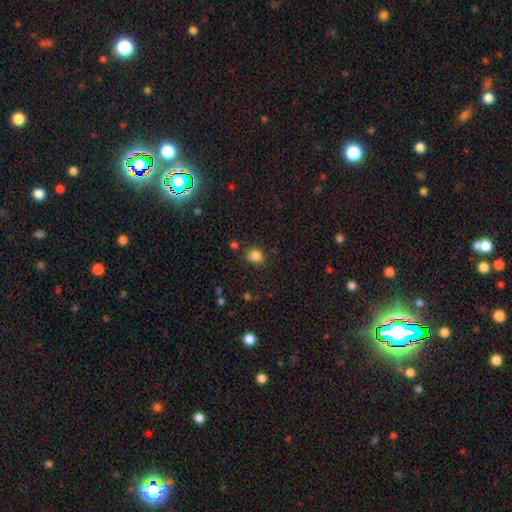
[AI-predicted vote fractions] Smooth or featured?
  - smooth: 83% *
  - star or artifact: 12%
  - featured or disk: 4%
How rounded?
  - round: 79% *
  - in between: 20%
  - cigar-shaped: 1%
Merging?
  - none: 82% *
  - minor disturbance: 11%
  - merger: 4%
  - major disturbance: 3%